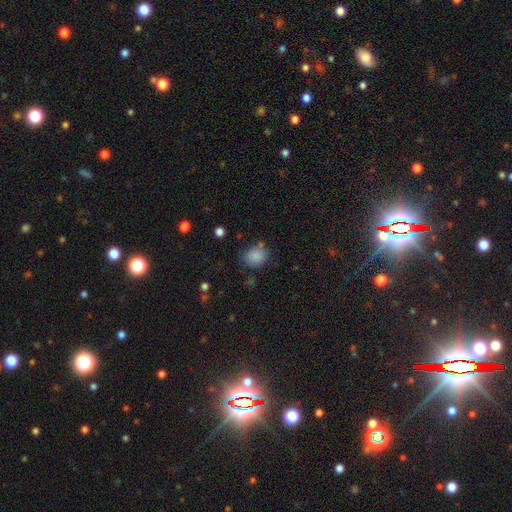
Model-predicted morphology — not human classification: Smooth or featured? smooth (84%)
How rounded? round (59%)
Merging? none (72%)